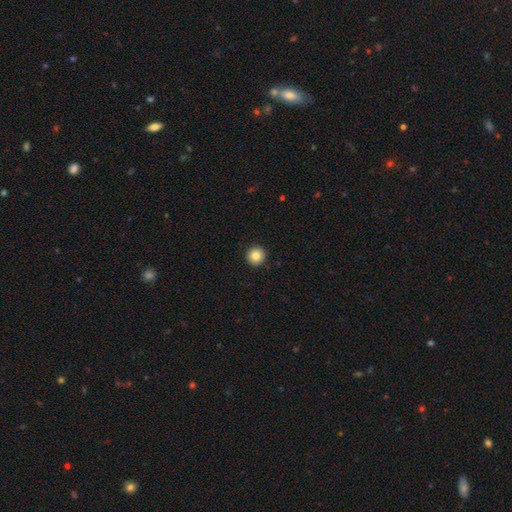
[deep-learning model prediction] This appears to be a smooth galaxy with no disk features (83%) that is round (96%). Merging: none (93%).